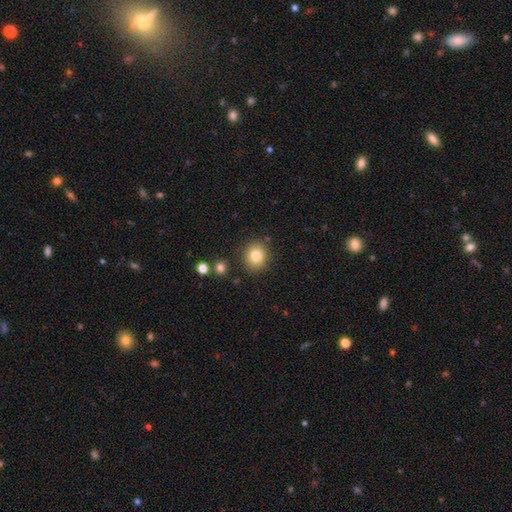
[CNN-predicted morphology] smooth-or-featured: smooth: 81% | star or artifact: 11% | featured or disk: 8%
  how-rounded: round: 84% | in between: 15% | cigar-shaped: 1%
  merging: none: 87% | minor disturbance: 8% | merger: 3% | major disturbance: 2%